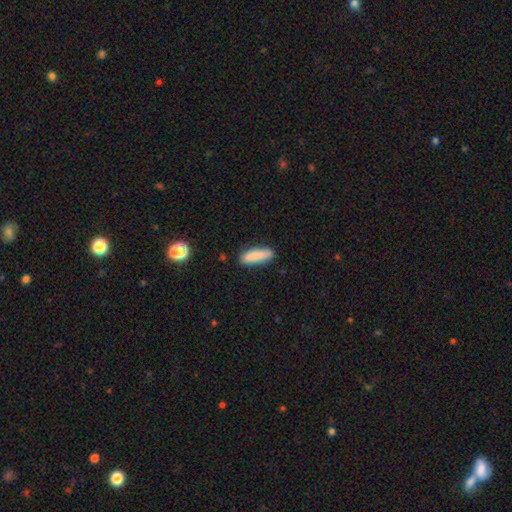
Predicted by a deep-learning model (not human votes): Smooth or featured: smooth — 86% (star or artifact — 7%)
How rounded: cigar-shaped — 63% (in between — 35%)
Merging: none — 84% (minor disturbance — 12%)